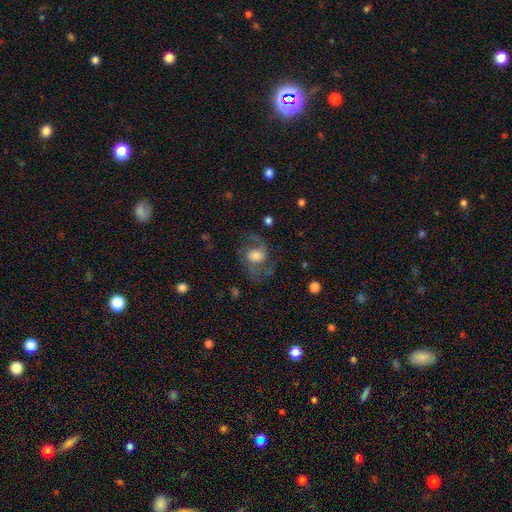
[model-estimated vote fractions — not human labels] Morphology: type=featured or disk (62%); edge-on=no (97%); bar=no (62%); spiral arms=yes (85%); winding=medium (52%); arm count=2 (84%); bulge=moderate (40%); merging=none (61%).